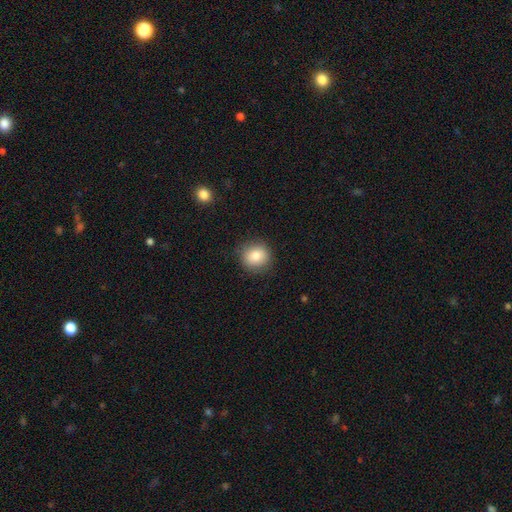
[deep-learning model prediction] smooth-or-featured: smooth: 81% | featured or disk: 9% | star or artifact: 9%
  how-rounded: round: 90% | in between: 10% | cigar-shaped: 1%
  merging: none: 87% | minor disturbance: 9% | major disturbance: 3% | merger: 1%